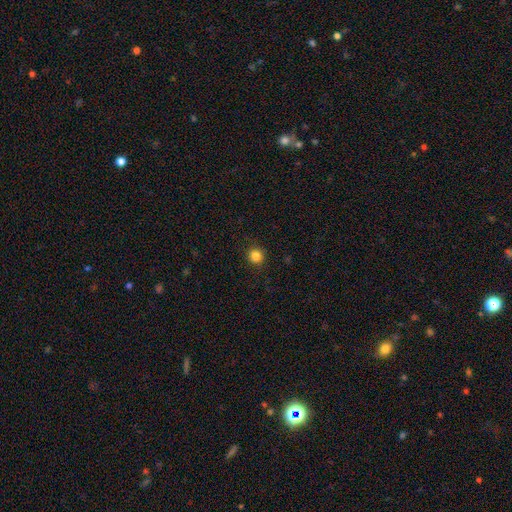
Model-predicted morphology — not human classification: smooth-or-featured: smooth: 84% | star or artifact: 12% | featured or disk: 4%
  how-rounded: round: 93% | in between: 6% | cigar-shaped: 1%
  merging: none: 91% | minor disturbance: 6% | major disturbance: 2% | merger: 1%